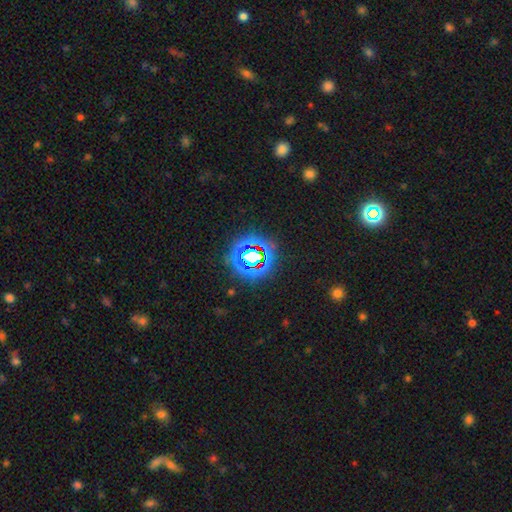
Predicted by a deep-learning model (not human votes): Q: Smooth or featured?
A: star or artifact (72%); runner-up: smooth (19%)